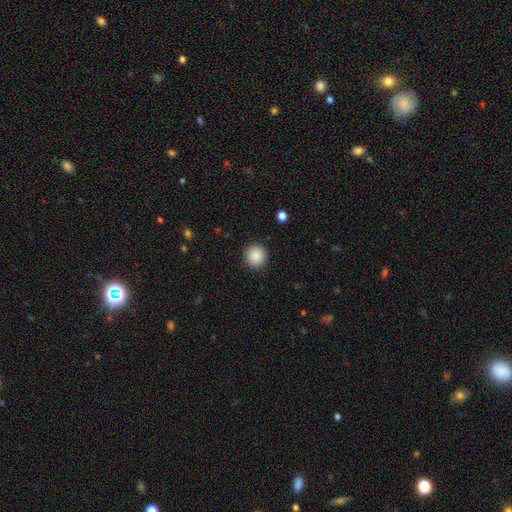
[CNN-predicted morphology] Smooth or featured? smooth (88%)
How rounded? round (93%)
Merging? none (91%)